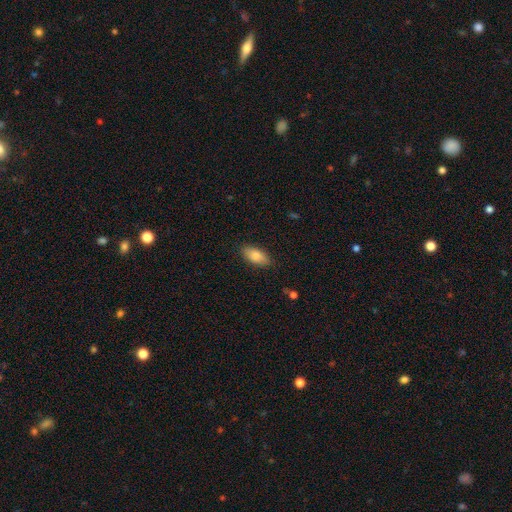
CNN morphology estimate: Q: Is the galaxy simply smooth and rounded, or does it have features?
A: smooth — 86%.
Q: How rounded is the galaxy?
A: in between — 87%.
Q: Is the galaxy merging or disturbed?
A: none — 85%.